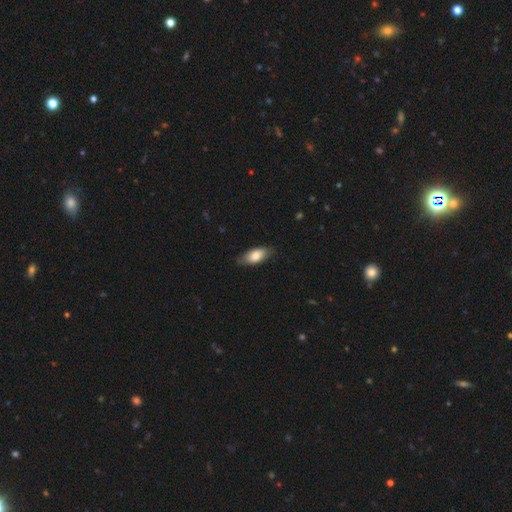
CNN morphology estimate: smooth_or_featured: smooth (p=0.79) [alt: featured or disk p=0.15]
how_rounded: in between (p=0.86) [alt: cigar-shaped p=0.11]
merging: none (p=0.78) [alt: minor disturbance p=0.18]